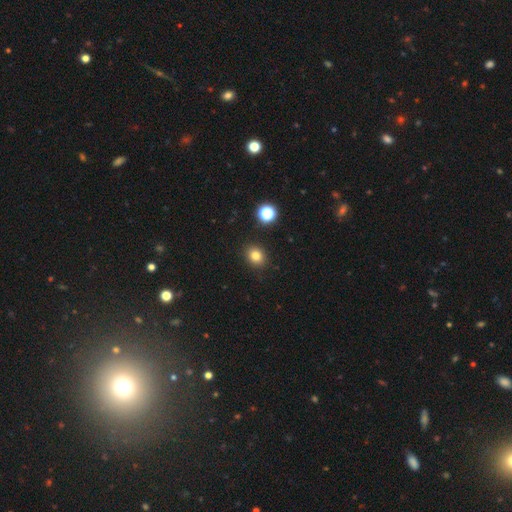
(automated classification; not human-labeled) A smooth galaxy with no disk features (80%) that is round (64%). Merging: none (89%).